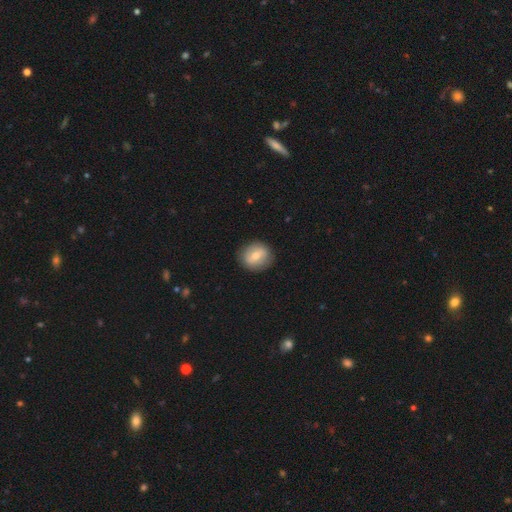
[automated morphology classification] Q: Smooth or featured?
A: smooth (60%); runner-up: featured or disk (33%)
Q: How rounded?
A: round (81%); runner-up: in between (18%)
Q: Merging?
A: none (88%); runner-up: minor disturbance (9%)